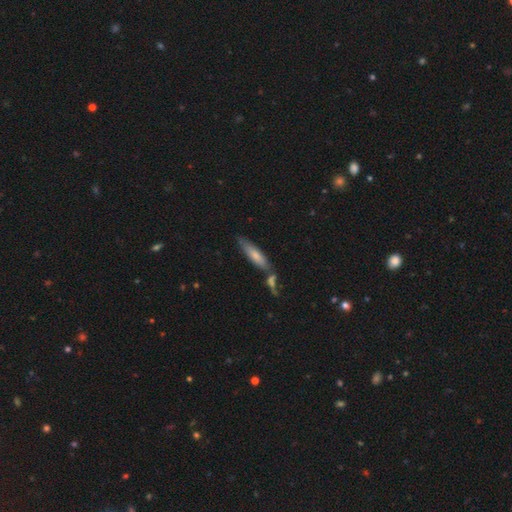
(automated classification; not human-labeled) The model was most divided on "smooth or featured": smooth: 69%, featured or disk: 26%, star or artifact: 6%. More confident: how rounded — cigar-shaped (71%); merging — none (63%).